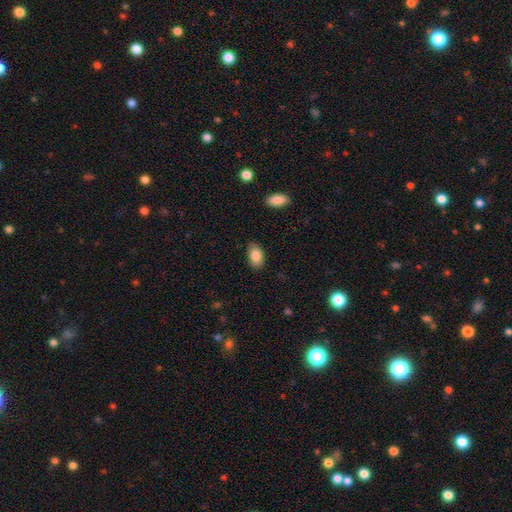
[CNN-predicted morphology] Smooth or featured? Predicted: smooth (p=0.85). How rounded? Predicted: in between (p=0.91). Merging? Predicted: none (p=0.85).